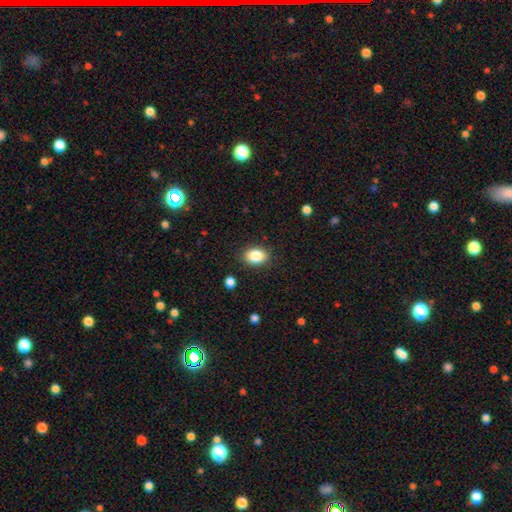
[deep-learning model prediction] Smooth or featured? smooth (86%)
How rounded? in between (77%)
Merging? none (86%)